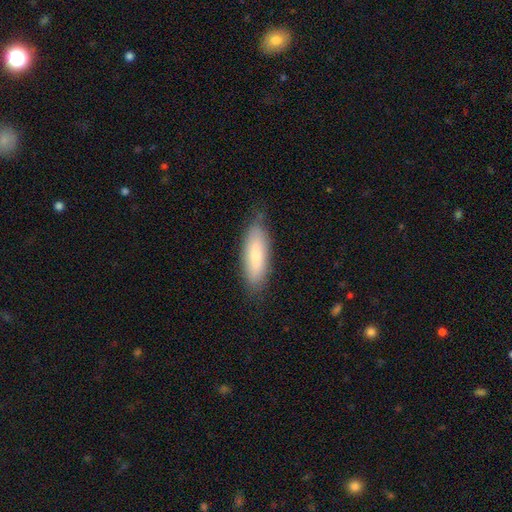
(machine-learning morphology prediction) A smooth galaxy with no disk features (75%) that is in between round and cigar-shaped (58%). Merging: none (78%).